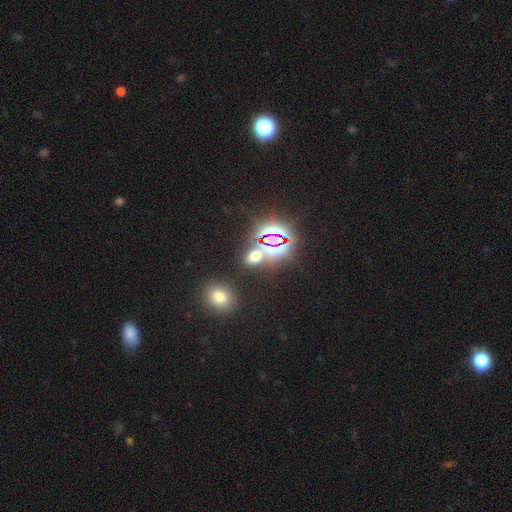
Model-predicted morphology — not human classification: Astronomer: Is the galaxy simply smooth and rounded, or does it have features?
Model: star or artifact — 53% (runner-up: smooth, 40%).